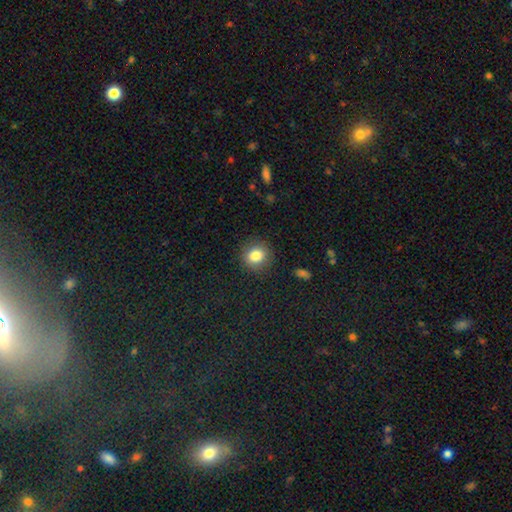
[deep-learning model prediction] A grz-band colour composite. It shows a smooth galaxy with no disk features (83%) that is round (81%). Merging: none (88%).